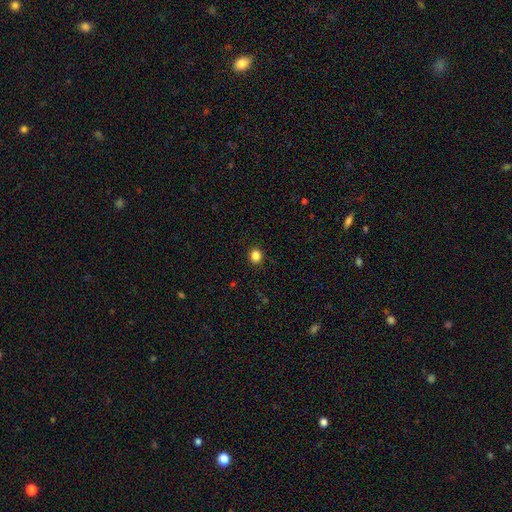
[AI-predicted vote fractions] Overall: smooth (85%). How rounded: round (79%). Merging: none (91%).